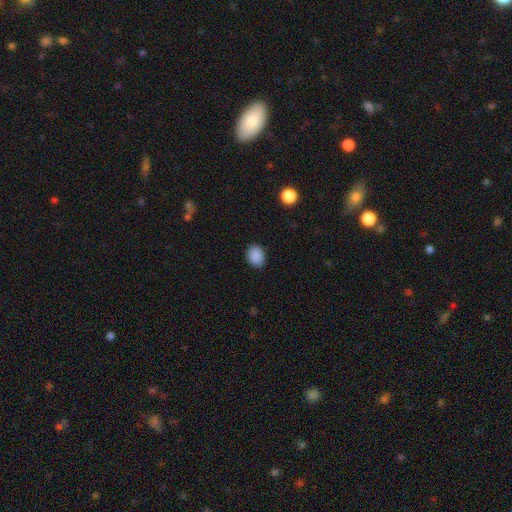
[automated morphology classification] Q: Smooth or featured?
A: smooth (89%); runner-up: star or artifact (9%)
Q: How rounded?
A: in between (57%); runner-up: round (42%)
Q: Merging?
A: none (87%); runner-up: minor disturbance (10%)